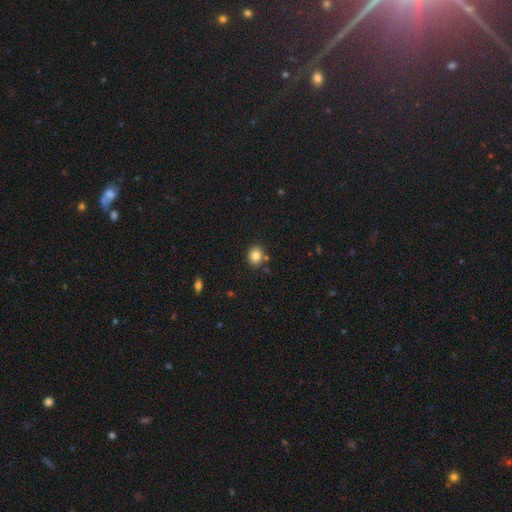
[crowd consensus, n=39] Volunteers were most divided on "how rounded": in between: 61%, round: 39%, cigar-shaped: 0%. More confident: merging — none (86%); smooth or featured — smooth (85%).